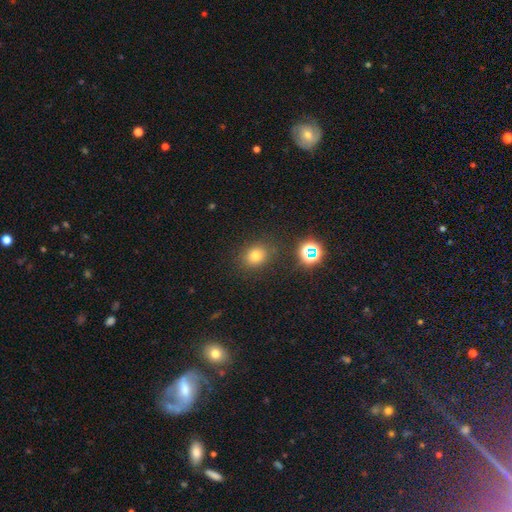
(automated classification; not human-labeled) Smooth or featured: smooth — 72% (star or artifact — 20%)
How rounded: round — 63% (in between — 36%)
Merging: none — 84% (minor disturbance — 10%)